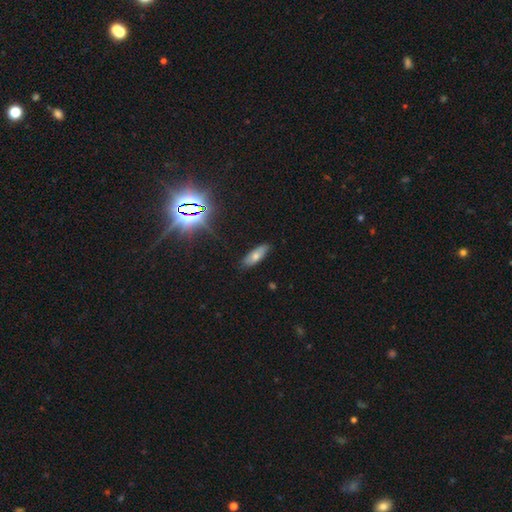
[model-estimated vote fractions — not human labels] Q: Smooth or featured?
A: smooth (47%); runner-up: star or artifact (30%)
Q: Merging?
A: none (86%); runner-up: minor disturbance (10%)